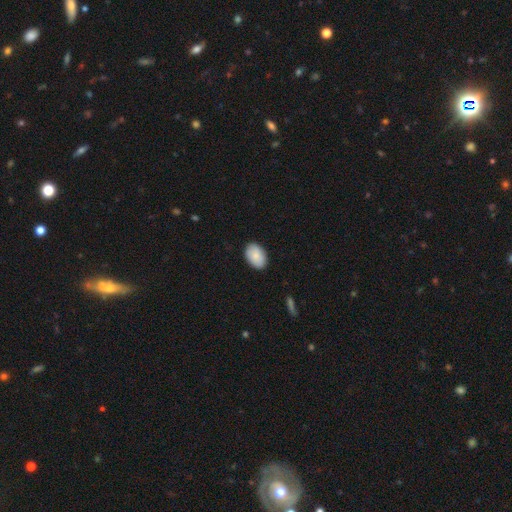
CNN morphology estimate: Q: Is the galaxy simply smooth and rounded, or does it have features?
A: smooth — 87%.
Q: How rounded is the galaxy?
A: in between — 88%.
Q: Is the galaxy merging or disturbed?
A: none — 88%.